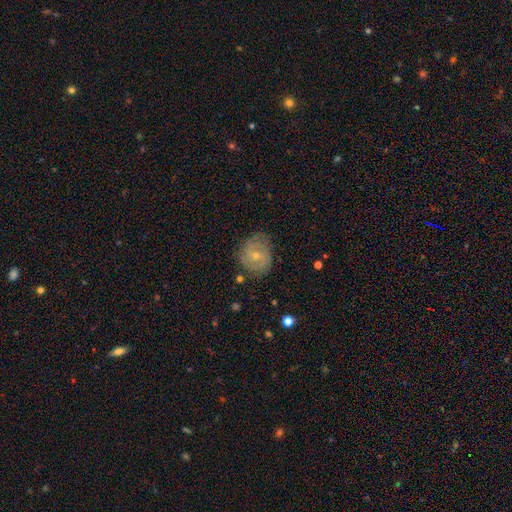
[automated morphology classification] smooth_or_featured: featured or disk (p=0.69) [alt: smooth p=0.24]
disk_edge_on: no (p=0.97) [alt: yes p=0.03]
bar: no (p=0.55) [alt: weak p=0.39]
has_spiral_arms: yes (p=0.89) [alt: no p=0.11]
spiral_winding: tight (p=0.52) [alt: medium p=0.37]
spiral_arm_count: 2 (p=0.47) [alt: can't tell p=0.27]
bulge_size: small (p=0.60) [alt: moderate p=0.36]
merging: none (p=0.72) [alt: minor disturbance p=0.20]